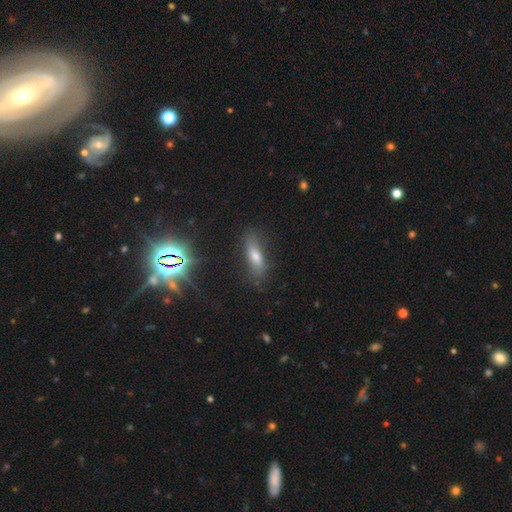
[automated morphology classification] A smooth galaxy with no disk features (68%) that is in between round and cigar-shaped (54%).

Vote fractions:
- Smooth or featured? smooth: 68% / featured or disk: 20% / star or artifact: 12%
- How rounded? in between: 54% / cigar-shaped: 43% / round: 3%
- Merging? none: 73% / minor disturbance: 18% / major disturbance: 7% / merger: 2%